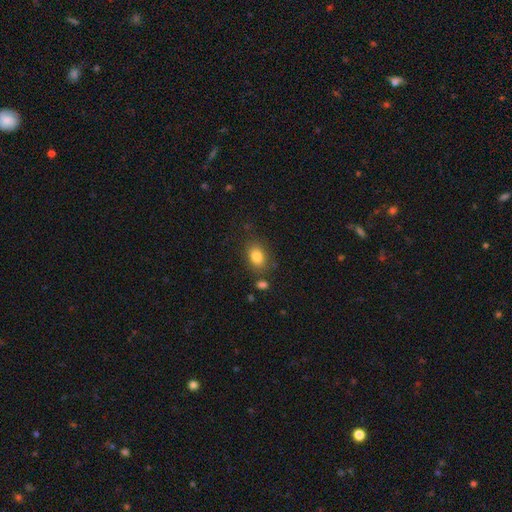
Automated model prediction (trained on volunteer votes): The model was most divided on "how rounded": in between: 74%, round: 24%, cigar-shaped: 1%. More confident: smooth or featured — smooth (82%); merging — none (79%).